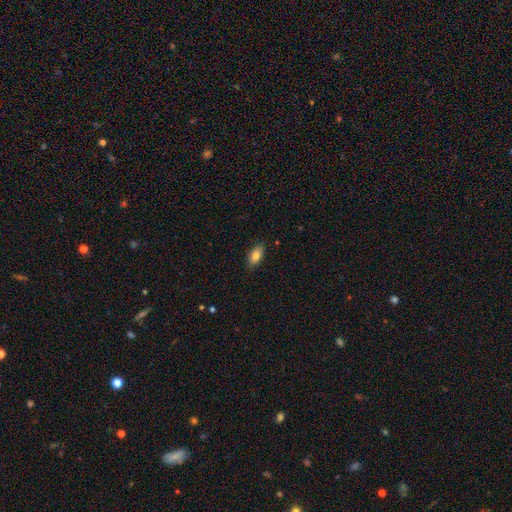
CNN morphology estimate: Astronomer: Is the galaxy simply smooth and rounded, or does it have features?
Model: smooth — 80%.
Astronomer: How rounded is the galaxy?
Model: in between — 90%.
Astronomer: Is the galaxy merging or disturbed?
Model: none — 87%.